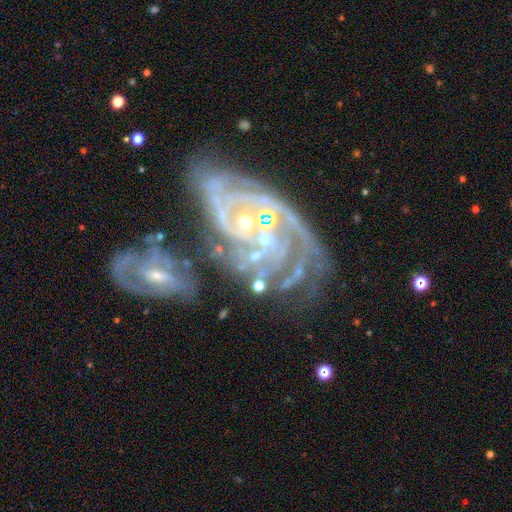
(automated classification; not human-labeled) A featured or disk galaxy (79%) with no bar (73%), tight (50%) spiral arms (85%) and a small central bulge (57%). Merging: none (34%).